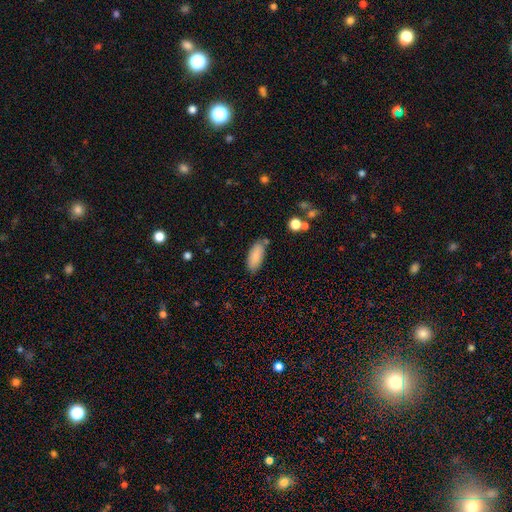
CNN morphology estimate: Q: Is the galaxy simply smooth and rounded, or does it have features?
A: smooth — 86%.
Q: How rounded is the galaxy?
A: in between — 82%.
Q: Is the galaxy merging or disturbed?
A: none — 74%.